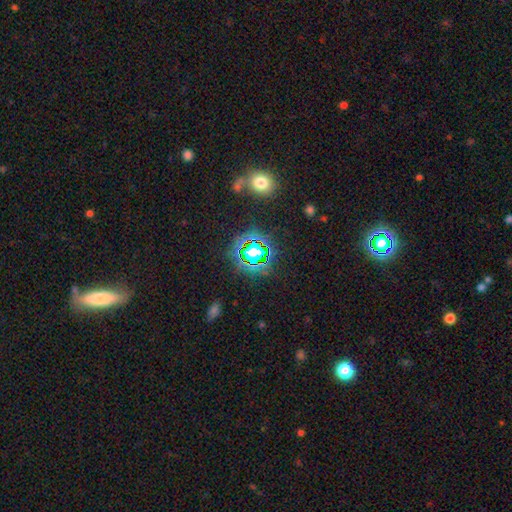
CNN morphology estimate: This appears to be a star or artifact, not a galaxy (71%).